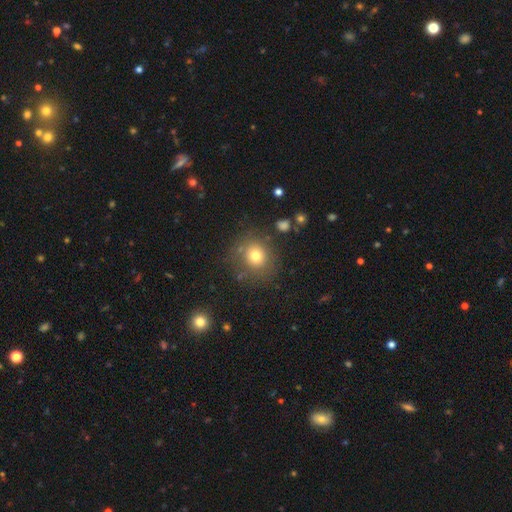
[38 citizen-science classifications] smooth_or_featured: smooth (p=0.79) [alt: featured or disk p=0.16]
how_rounded: round (p=0.67) [alt: in between p=0.30]
merging: none (p=0.78) [alt: minor disturbance p=0.19]